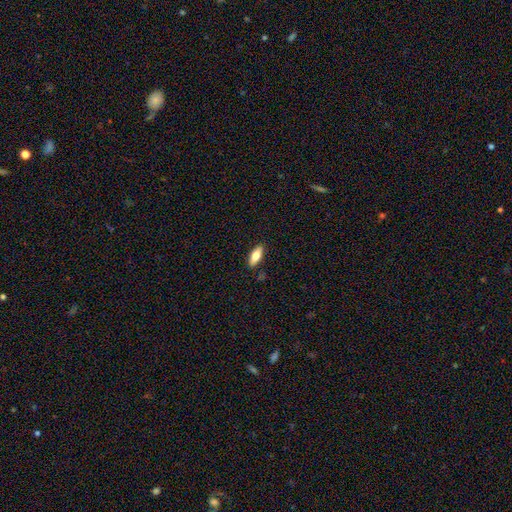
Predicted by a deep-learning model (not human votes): Q: Smooth or featured?
A: smooth (74%); runner-up: featured or disk (20%)
Q: How rounded?
A: in between (75%); runner-up: cigar-shaped (22%)
Q: Merging?
A: none (87%); runner-up: minor disturbance (9%)